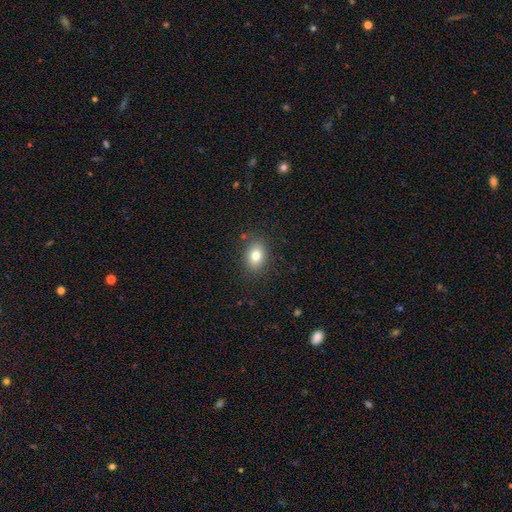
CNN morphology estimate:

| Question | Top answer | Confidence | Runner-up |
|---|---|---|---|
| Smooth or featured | smooth | 80% | star or artifact (10%) |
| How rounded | in between | 68% | round (31%) |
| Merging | none | 85% | minor disturbance (10%) |